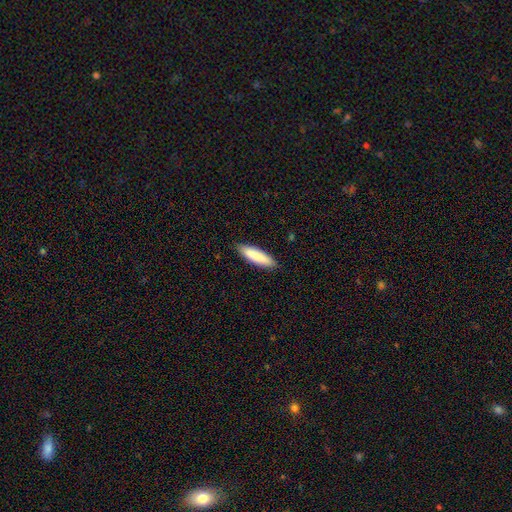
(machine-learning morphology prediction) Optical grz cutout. It shows a smooth galaxy with no disk features (86%) that is cigar-shaped (63%). Merging: none (87%).